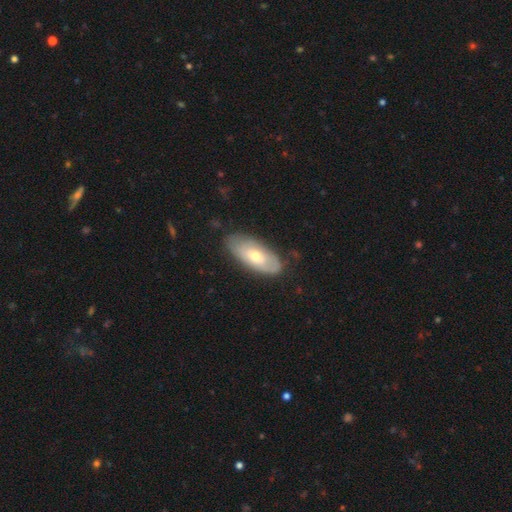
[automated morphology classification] Smooth or featured: smooth — 52% (featured or disk — 43%)
How rounded: in between — 84% (cigar-shaped — 13%)
Merging: none — 79% (minor disturbance — 16%)